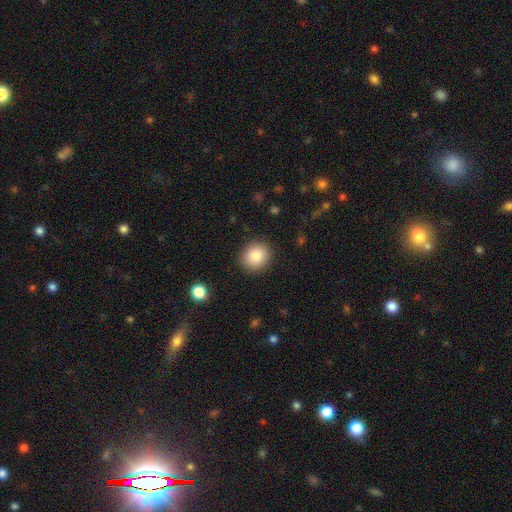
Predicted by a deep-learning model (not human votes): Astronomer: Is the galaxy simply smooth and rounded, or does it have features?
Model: smooth — 85%.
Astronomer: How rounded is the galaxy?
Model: round — 77%.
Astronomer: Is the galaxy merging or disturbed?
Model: none — 89%.